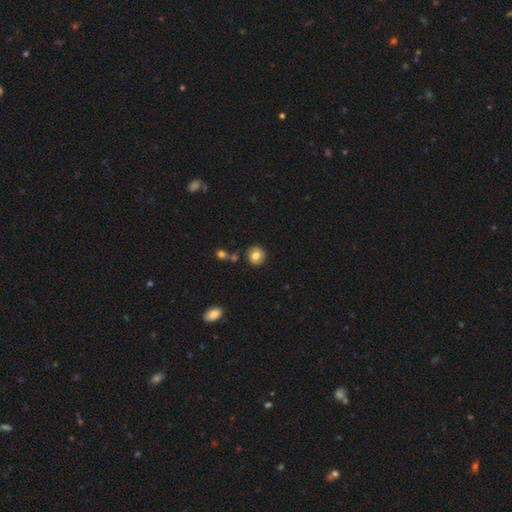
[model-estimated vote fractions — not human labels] smooth_or_featured: smooth (p=0.80) [alt: featured or disk p=0.11]
how_rounded: round (p=0.86) [alt: in between p=0.13]
merging: none (p=0.84) [alt: minor disturbance p=0.09]